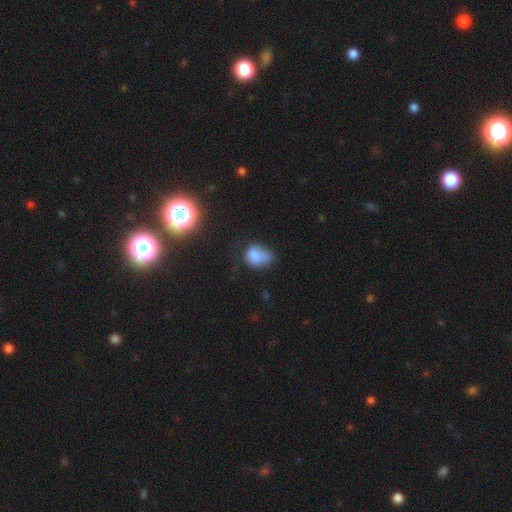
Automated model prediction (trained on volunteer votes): This appears to be a smooth galaxy with no disk features (76%) that is in between round and cigar-shaped (62%). Merging: minor disturbance (37%).